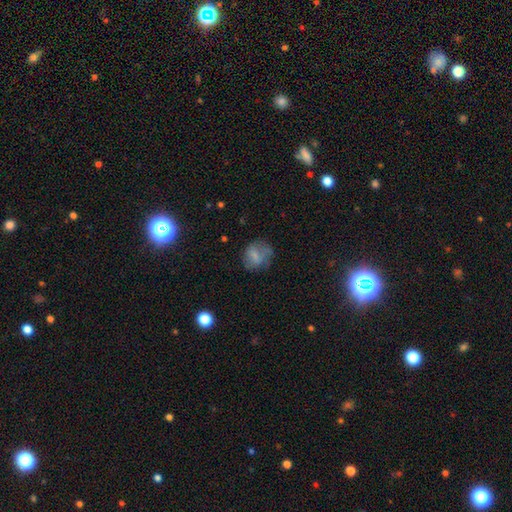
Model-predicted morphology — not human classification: A smooth galaxy with no disk features (67%) that is round (65%). Merging: none (53%).